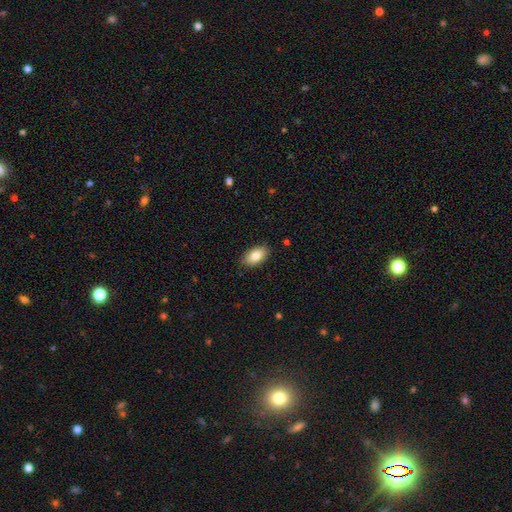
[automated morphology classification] Smooth or featured? smooth (83%)
How rounded? in between (93%)
Merging? none (87%)